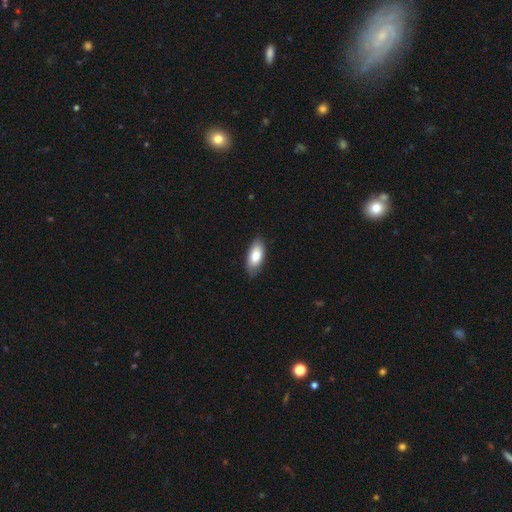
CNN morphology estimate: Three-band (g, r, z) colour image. It shows a smooth galaxy with no disk features (82%) that is in between round and cigar-shaped (90%). Merging: none (81%).